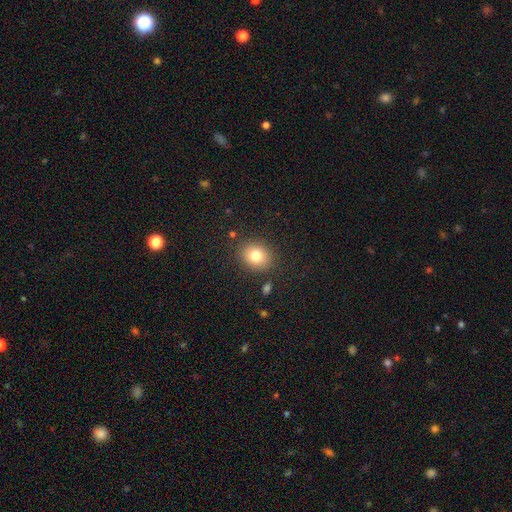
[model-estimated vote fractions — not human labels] This is likely a smooth galaxy (79%). How rounded: likely round (66%). Merging: clearly none (86%).